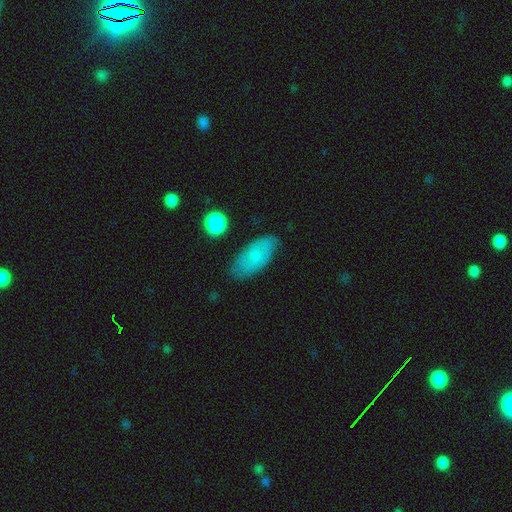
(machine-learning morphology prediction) A smooth galaxy with no disk features (68%) that is in between round and cigar-shaped (90%).

Vote fractions:
- Smooth or featured? smooth: 68% / featured or disk: 25% / star or artifact: 7%
- How rounded? in between: 90% / cigar-shaped: 7% / round: 3%
- Merging? none: 75% / minor disturbance: 19% / major disturbance: 4% / merger: 2%